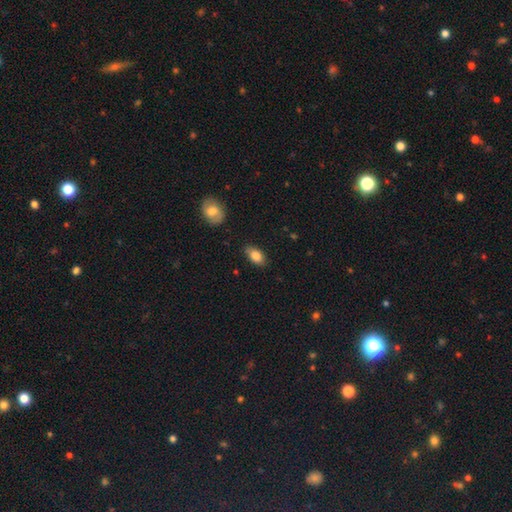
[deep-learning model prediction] Q: Smooth or featured?
A: smooth (83%); runner-up: featured or disk (10%)
Q: How rounded?
A: in between (90%); runner-up: round (7%)
Q: Merging?
A: none (79%); runner-up: minor disturbance (16%)